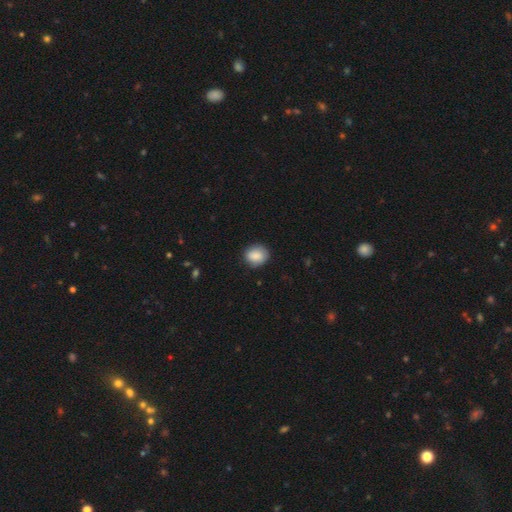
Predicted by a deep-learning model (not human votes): Smooth or featured? smooth (86%)
How rounded? round (68%)
Merging? none (80%)